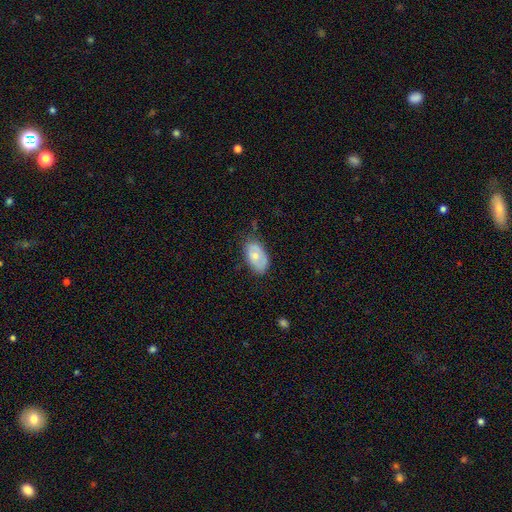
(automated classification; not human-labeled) Overall: smooth (56%; featured or disk 38%). How rounded: in between (91%). Merging: none (67%).